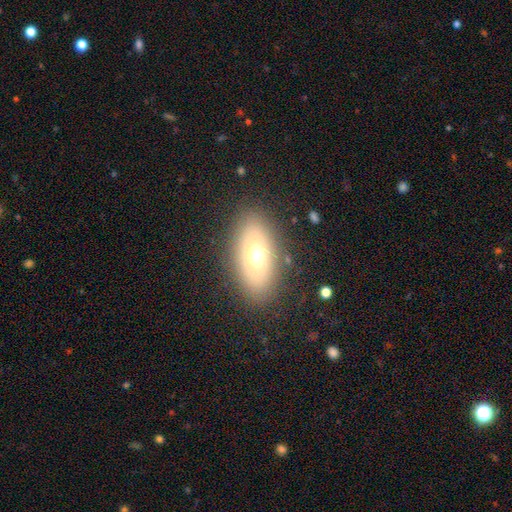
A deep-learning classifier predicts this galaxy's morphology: A smooth galaxy with no disk features (64%) that is in between round and cigar-shaped (86%).

Vote fractions:
- Smooth or featured? smooth: 64% / featured or disk: 25% / star or artifact: 11%
- How rounded? in between: 86% / round: 10% / cigar-shaped: 5%
- Merging? none: 83% / minor disturbance: 10% / major disturbance: 5% / merger: 1%